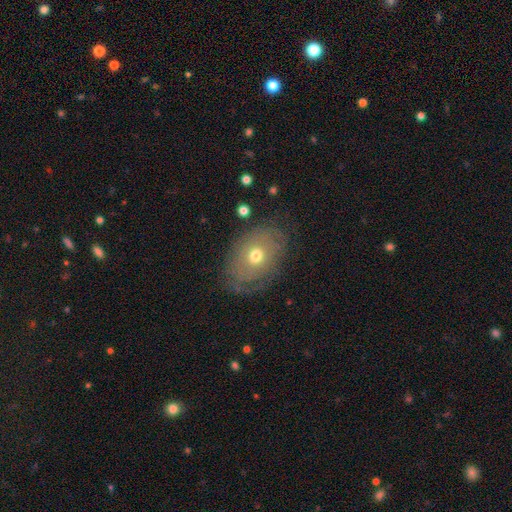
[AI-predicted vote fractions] Overall: featured or disk (46%; smooth 44%). Merging: none (73%).